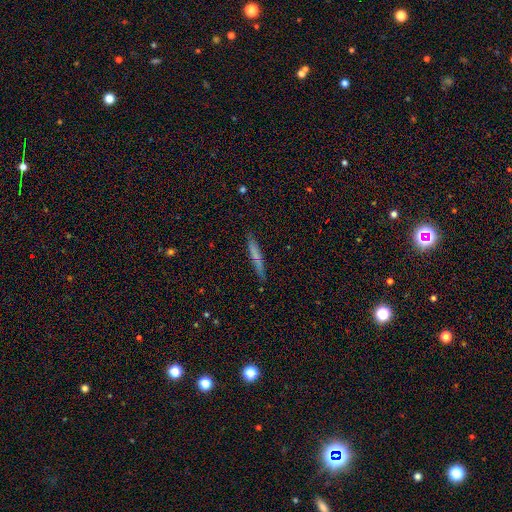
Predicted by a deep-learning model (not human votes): smooth 63%, featured or disk 29%, star or artifact 8%. Down the decision tree: how rounded — cigar-shaped (95%); merging — none (85%).